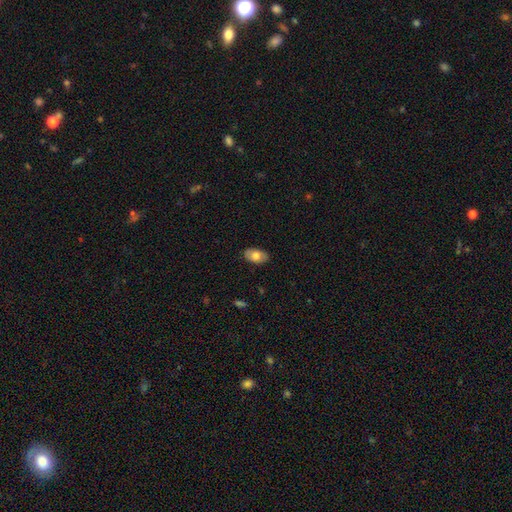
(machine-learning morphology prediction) Smooth or featured: smooth — 73% (featured or disk — 20%)
How rounded: in between — 93% (round — 5%)
Merging: none — 85% (minor disturbance — 12%)